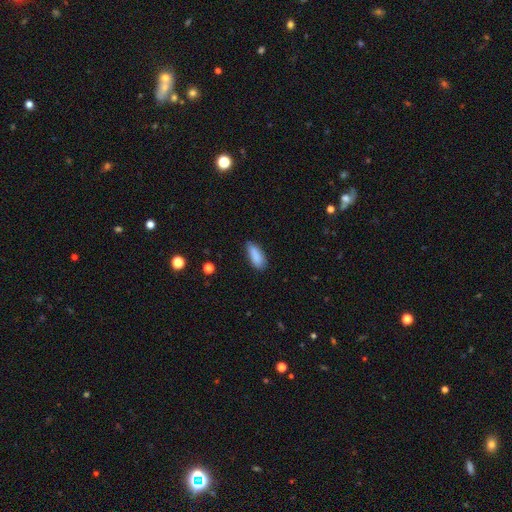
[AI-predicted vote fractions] smooth-or-featured: smooth: 88% | star or artifact: 7% | featured or disk: 5%
  how-rounded: in between: 75% | cigar-shaped: 23% | round: 2%
  merging: none: 75% | minor disturbance: 20% | major disturbance: 3% | merger: 2%